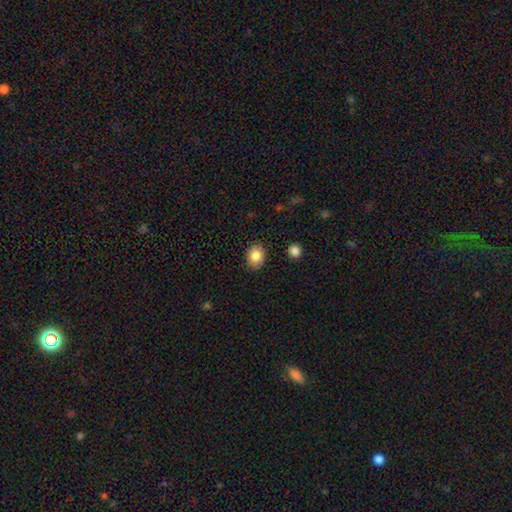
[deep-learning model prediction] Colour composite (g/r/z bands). It shows a smooth galaxy with no disk features (86%) that is in between round and cigar-shaped (60%). Merging: none (87%).